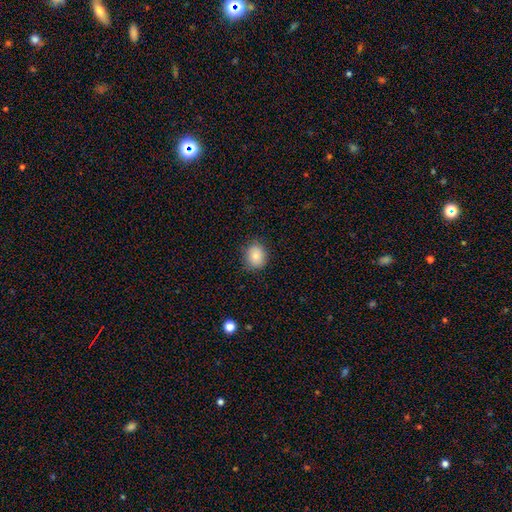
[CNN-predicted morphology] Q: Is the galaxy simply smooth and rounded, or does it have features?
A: smooth — 84%.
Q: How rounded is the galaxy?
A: round — 68%.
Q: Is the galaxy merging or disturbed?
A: none — 85%.